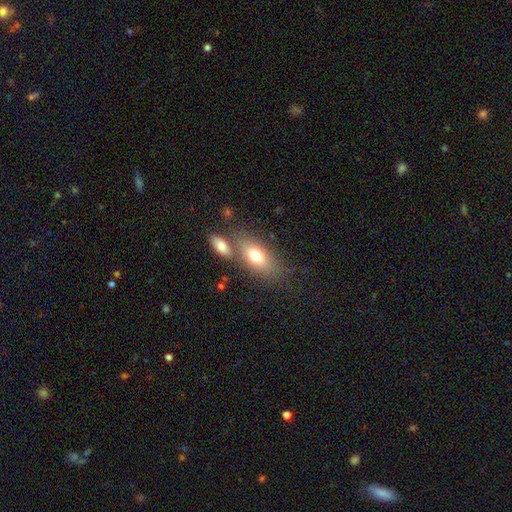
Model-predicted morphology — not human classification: smooth-or-featured: smooth: 74% | featured or disk: 18% | star or artifact: 8%
  how-rounded: in between: 85% | cigar-shaped: 10% | round: 6%
  merging: none: 56% | merger: 27% | minor disturbance: 12% | major disturbance: 5%